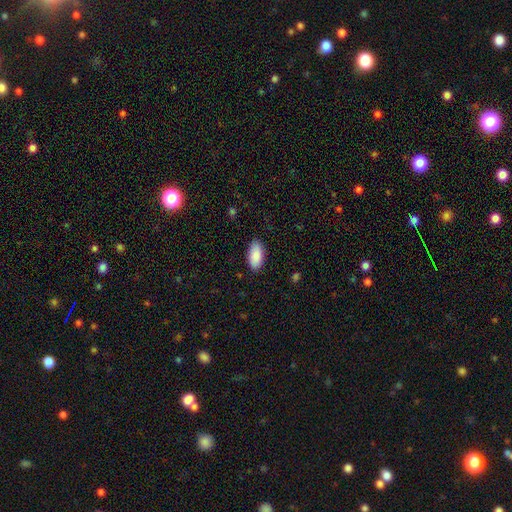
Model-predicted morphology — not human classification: This appears to be a smooth galaxy with no disk features (89%) that is in between round and cigar-shaped (93%). Merging: none (88%).